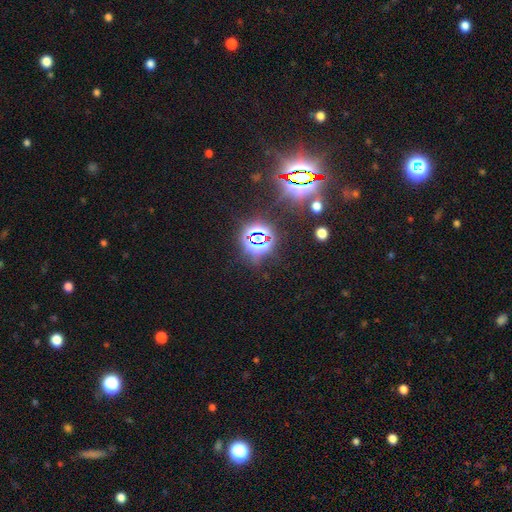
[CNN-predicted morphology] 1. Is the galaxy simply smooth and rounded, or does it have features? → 80% star or artifact, 14% smooth, 6% featured or disk.